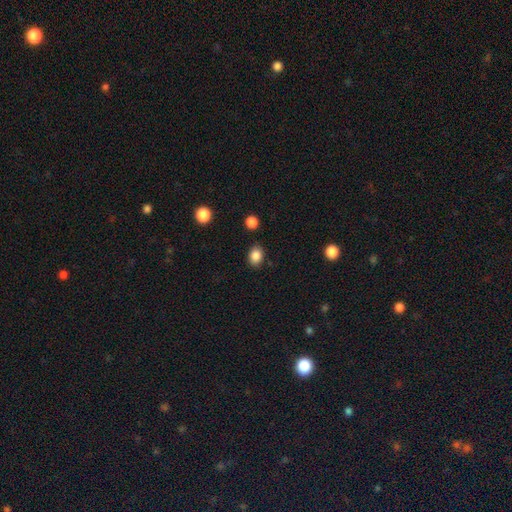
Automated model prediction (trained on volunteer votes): A smooth galaxy with no disk features (86%) that is in between round and cigar-shaped (63%). Merging: none (84%).